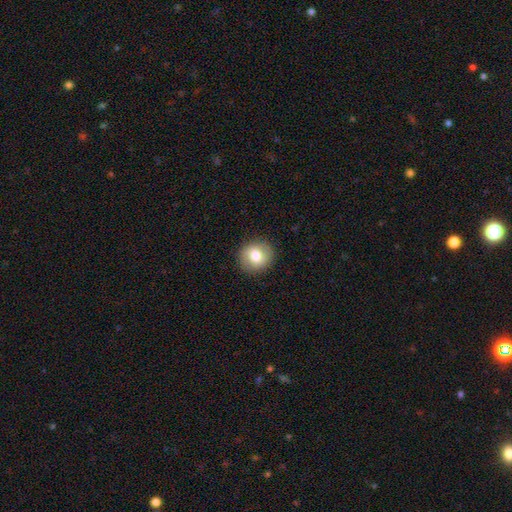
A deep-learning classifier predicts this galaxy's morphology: Smooth or featured? Predicted: smooth (p=0.77). How rounded? Predicted: round (p=0.86). Merging? Predicted: none (p=0.89).